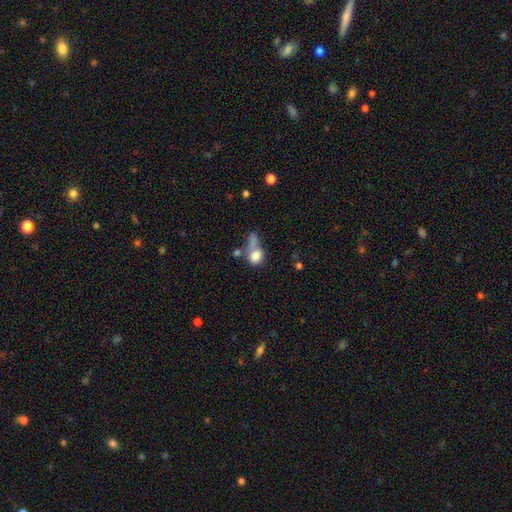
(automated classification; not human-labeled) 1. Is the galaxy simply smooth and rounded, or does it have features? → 74% smooth, 15% featured or disk, 11% star or artifact.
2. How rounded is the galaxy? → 50% in between, 47% round, 4% cigar-shaped.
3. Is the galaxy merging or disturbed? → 43% merger, 24% none, 19% major disturbance, 13% minor disturbance.